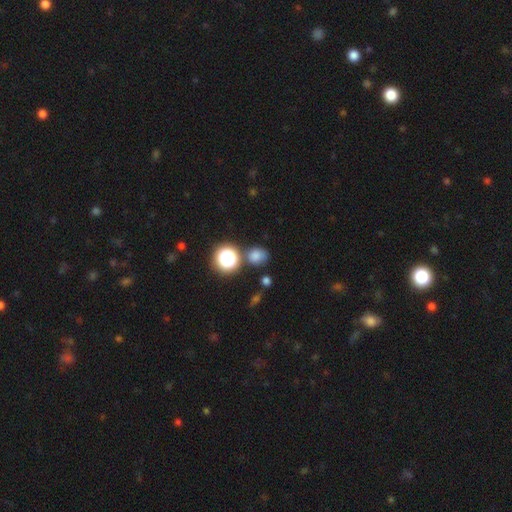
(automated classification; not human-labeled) Smooth or featured? Predicted: smooth (p=0.73). How rounded? Predicted: round (p=0.73). Merging? Predicted: none (p=0.70).